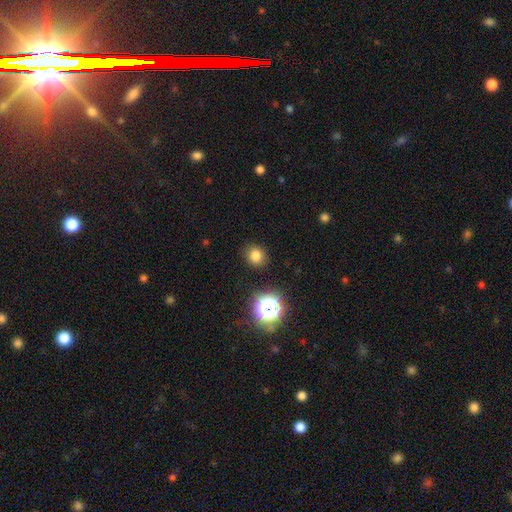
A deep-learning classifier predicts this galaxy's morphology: type=smooth (78%); roundness=round (83%); merging=none (89%).